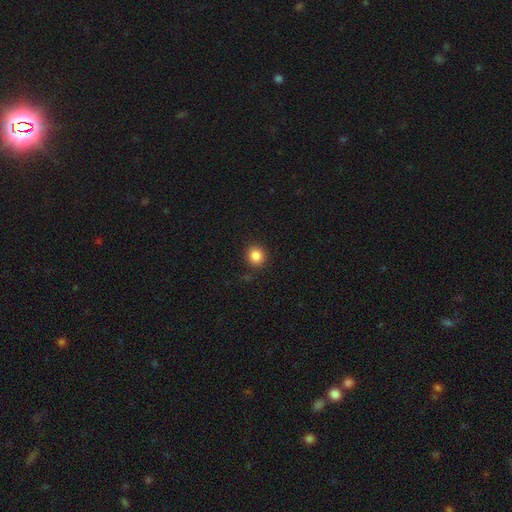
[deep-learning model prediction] This appears to be a smooth galaxy with no disk features (86%) that is round (89%). Merging: none (89%).